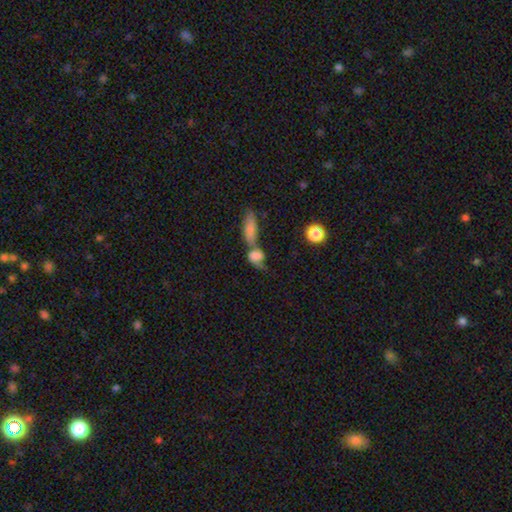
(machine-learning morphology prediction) A smooth galaxy with no disk features (62%) that is in between round and cigar-shaped (66%).

Vote fractions:
- Smooth or featured? smooth: 62% / featured or disk: 25% / star or artifact: 13%
- How rounded? in between: 66% / round: 24% / cigar-shaped: 10%
- Merging? merger: 62% / none: 19% / minor disturbance: 9% / major disturbance: 9%